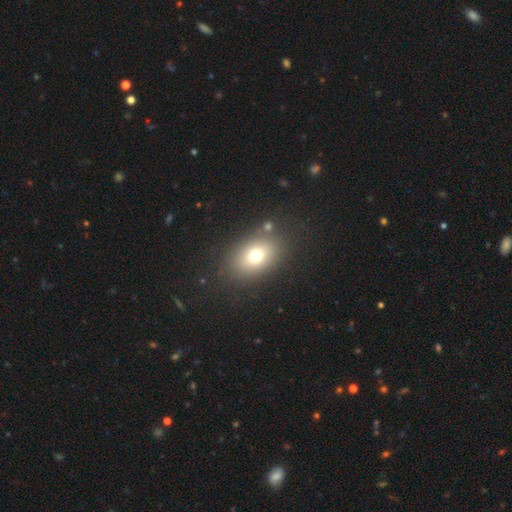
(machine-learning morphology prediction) Overall: smooth (73%). How rounded: in between (74%). Merging: none (80%).